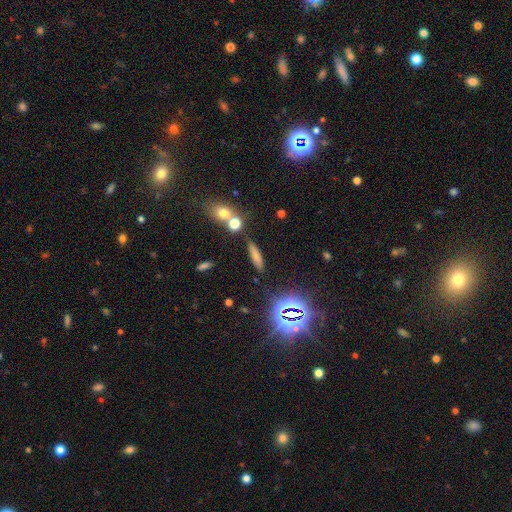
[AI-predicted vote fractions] This is likely a smooth galaxy (68%). How rounded: likely cigar-shaped (74%). Merging: likely none (80%).